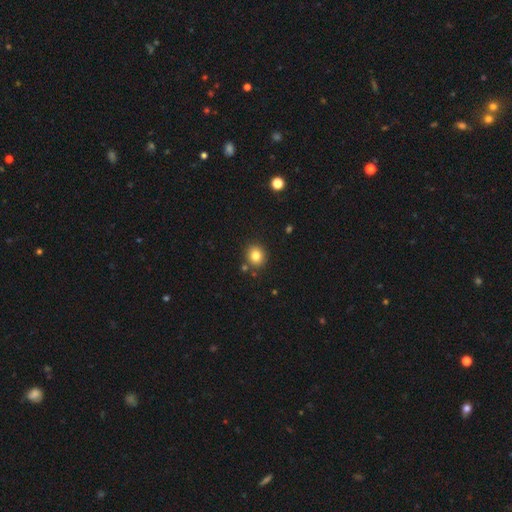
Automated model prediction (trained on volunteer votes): Smooth or featured? Predicted: smooth (p=0.82). How rounded? Predicted: round (p=0.80). Merging? Predicted: none (p=0.83).